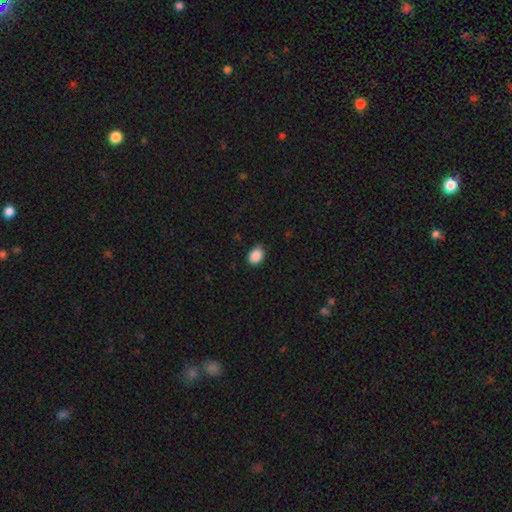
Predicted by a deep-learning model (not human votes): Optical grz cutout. It shows a smooth galaxy with no disk features (89%) that is in between round and cigar-shaped (60%). Merging: none (77%).